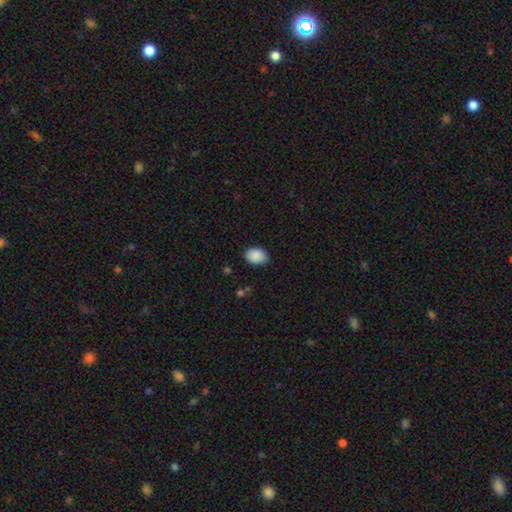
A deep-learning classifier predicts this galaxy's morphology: Smooth or featured? smooth (90%)
How rounded? in between (80%)
Merging? none (86%)